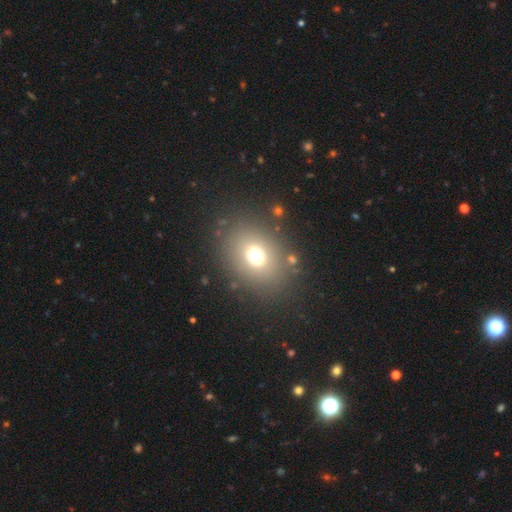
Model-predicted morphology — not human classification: A smooth galaxy with no disk features (69%) that is round (51%).

Vote fractions:
- Smooth or featured? smooth: 69% / star or artifact: 18% / featured or disk: 14%
- How rounded? round: 51% / in between: 48% / cigar-shaped: 1%
- Merging? none: 81% / minor disturbance: 9% / major disturbance: 6% / merger: 3%